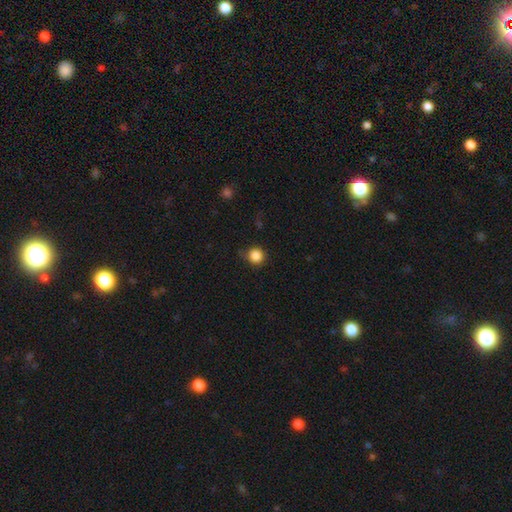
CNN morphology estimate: smooth-or-featured: smooth: 86% | star or artifact: 11% | featured or disk: 4%
  how-rounded: round: 92% | in between: 7% | cigar-shaped: 1%
  merging: none: 76% | minor disturbance: 19% | major disturbance: 4% | merger: 2%